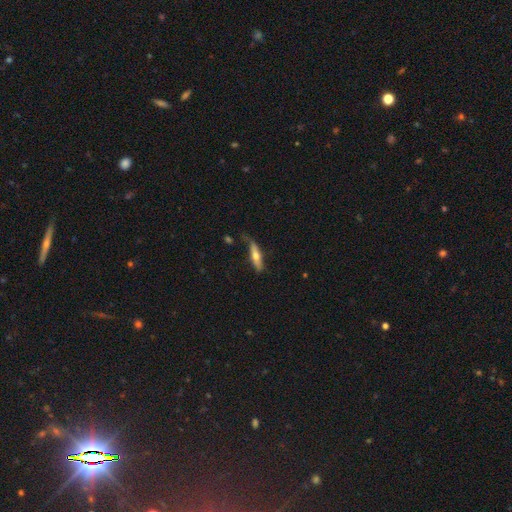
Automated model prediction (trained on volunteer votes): smooth_or_featured: smooth (p=0.53) [alt: featured or disk p=0.41]
how_rounded: cigar-shaped (p=0.75) [alt: in between p=0.23]
merging: none (p=0.53) [alt: minor disturbance p=0.29]